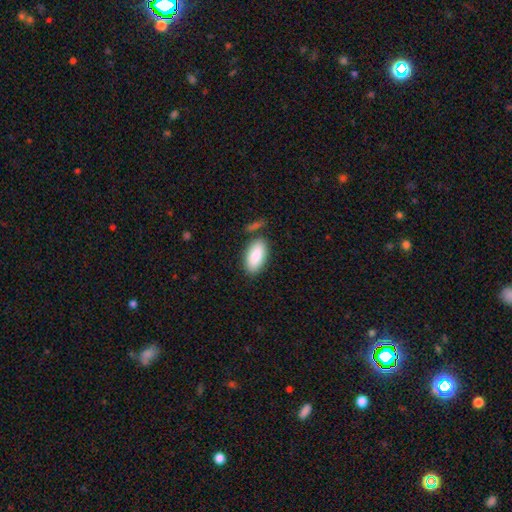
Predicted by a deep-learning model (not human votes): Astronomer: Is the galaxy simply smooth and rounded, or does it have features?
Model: smooth — 88%.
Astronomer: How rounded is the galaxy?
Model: in between — 92%.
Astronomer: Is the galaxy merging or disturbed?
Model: none — 75%.